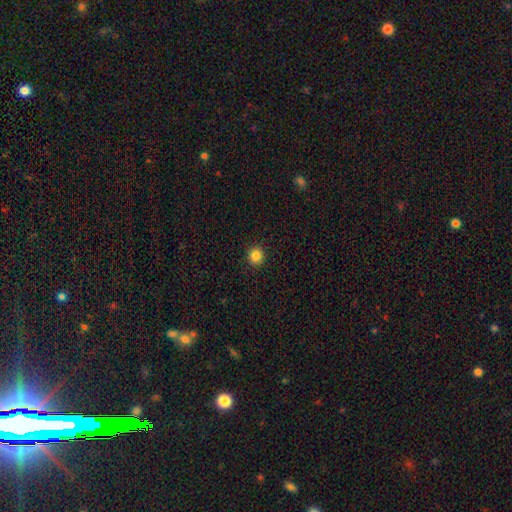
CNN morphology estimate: Overall: smooth (84%). How rounded: round (92%). Merging: none (93%).